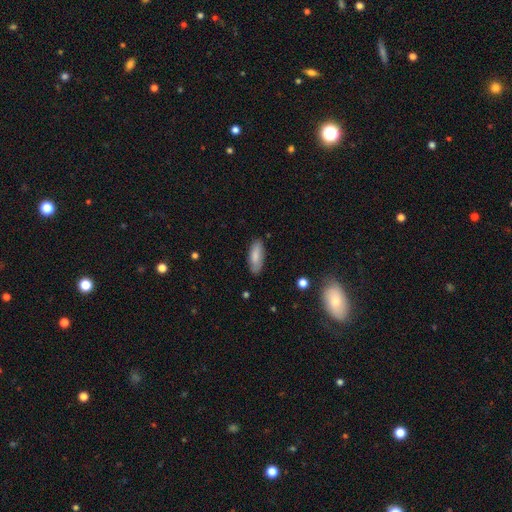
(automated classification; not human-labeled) smooth-or-featured: smooth: 82% | featured or disk: 12% | star or artifact: 6%
  how-rounded: in between: 76% | cigar-shaped: 23% | round: 2%
  merging: none: 84% | minor disturbance: 13% | major disturbance: 2% | merger: 1%